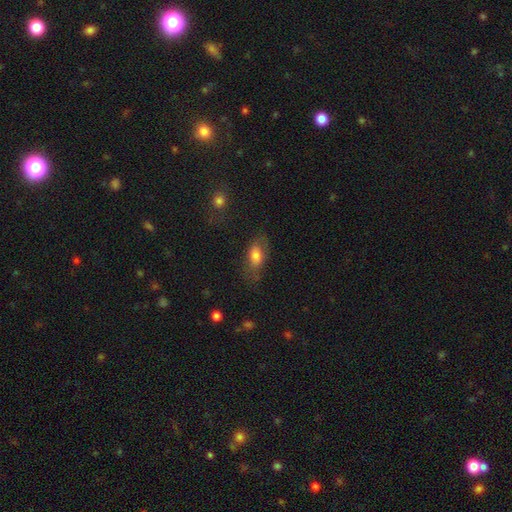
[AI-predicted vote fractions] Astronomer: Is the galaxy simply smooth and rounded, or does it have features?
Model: smooth — 69%.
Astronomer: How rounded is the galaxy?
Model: in between — 85%.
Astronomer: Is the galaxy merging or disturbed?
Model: none — 67%.